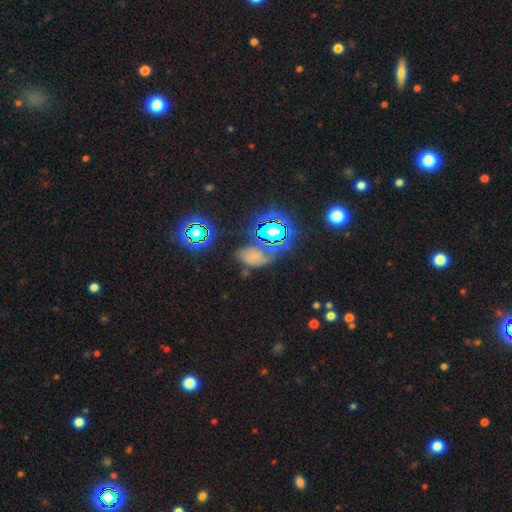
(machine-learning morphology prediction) Q: Smooth or featured?
A: star or artifact (41%); runner-up: smooth (36%)